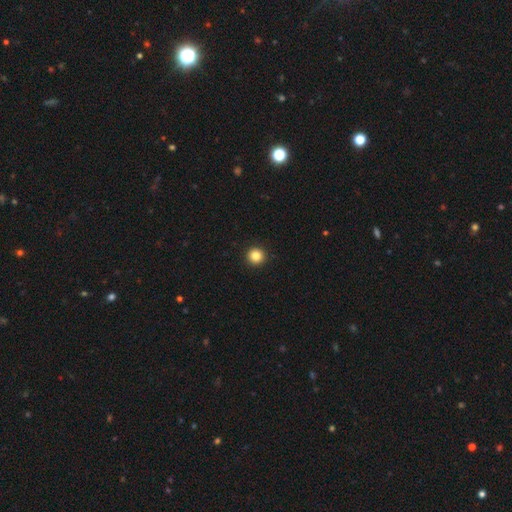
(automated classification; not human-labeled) Smooth or featured: smooth — 85% (star or artifact — 11%)
How rounded: round — 96% (in between — 3%)
Merging: none — 94% (minor disturbance — 4%)